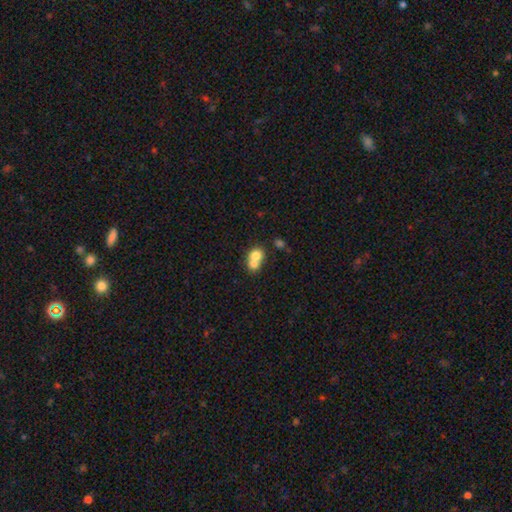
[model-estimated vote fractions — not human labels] This appears to be a smooth galaxy with no disk features (72%) that is round (69%). Merging: merger (69%).